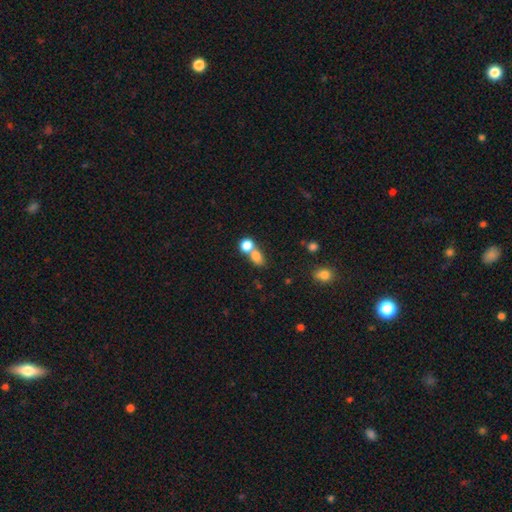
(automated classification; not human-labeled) A smooth galaxy with no disk features (78%) that is in between round and cigar-shaped (54%). Merging: merger (57%).